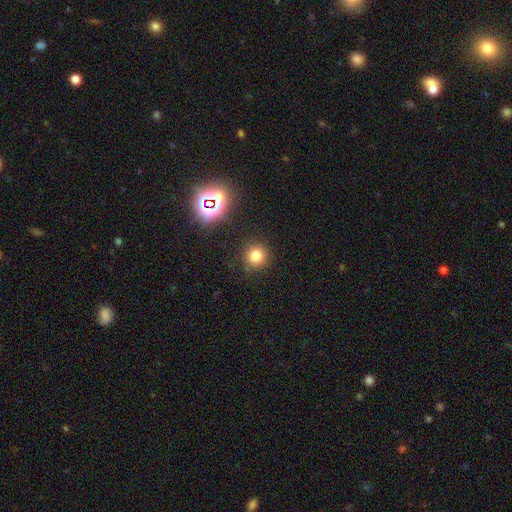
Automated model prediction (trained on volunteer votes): This appears to be a smooth galaxy with no disk features (76%) that is round (92%). Merging: none (88%).